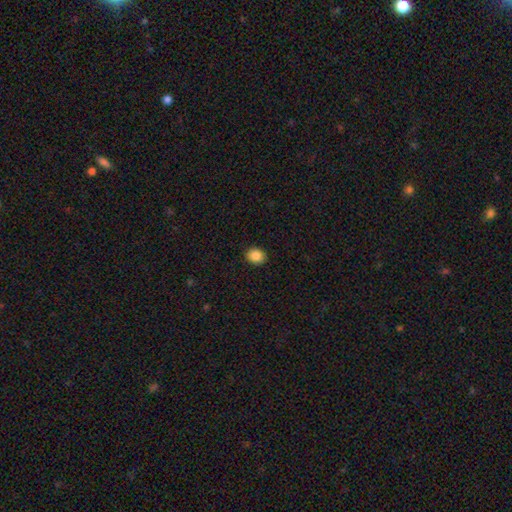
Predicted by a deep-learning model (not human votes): A smooth galaxy with no disk features (87%) that is round (60%). Merging: none (91%).